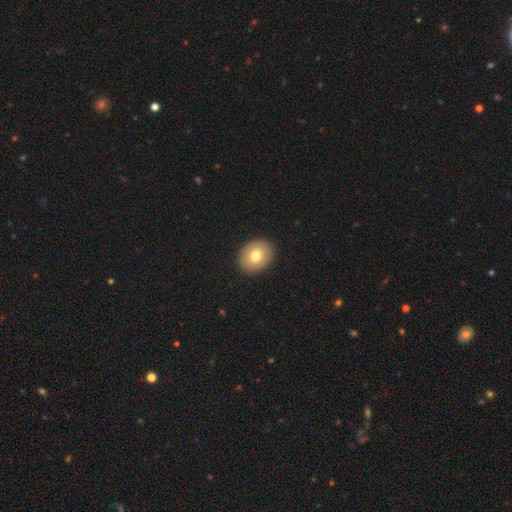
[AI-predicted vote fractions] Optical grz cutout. It shows a smooth galaxy with no disk features (75%) that is in between round and cigar-shaped (50%). Merging: none (91%).